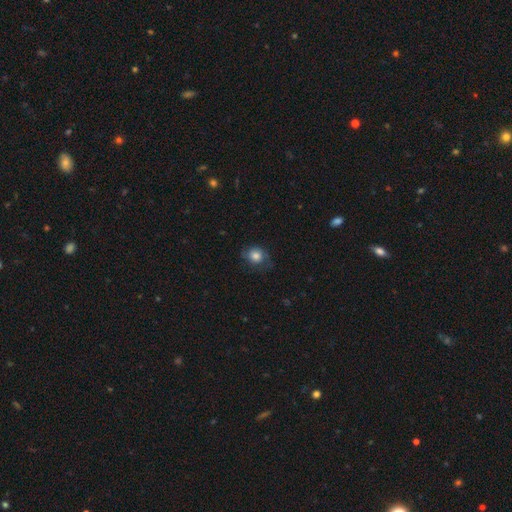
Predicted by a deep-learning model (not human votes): This appears to be a smooth galaxy with no disk features (73%) that is round (68%). Merging: none (61%).